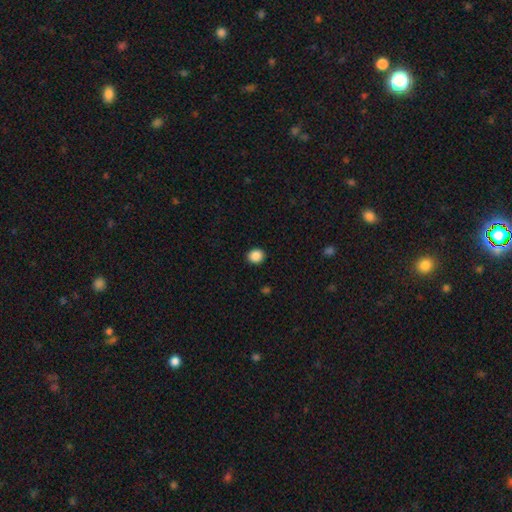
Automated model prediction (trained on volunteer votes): Smooth or featured: smooth — 88% (star or artifact — 9%)
How rounded: round — 80% (in between — 19%)
Merging: none — 92% (minor disturbance — 5%)